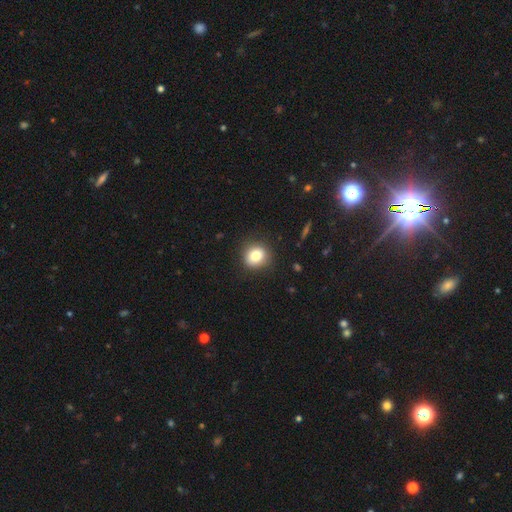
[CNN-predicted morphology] Smooth or featured? Predicted: smooth (p=0.81). How rounded? Predicted: round (p=0.83). Merging? Predicted: none (p=0.87).